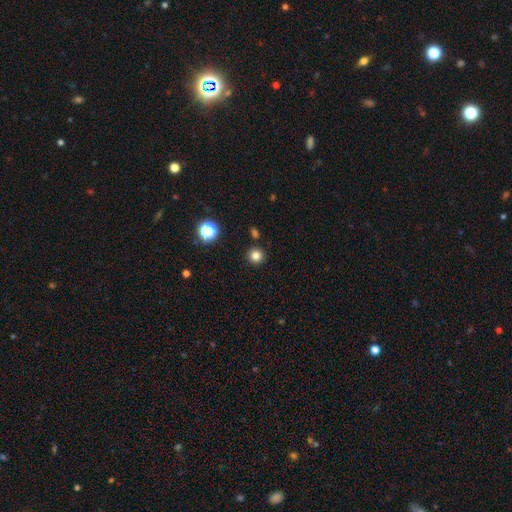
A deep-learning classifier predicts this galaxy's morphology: This appears to be a smooth galaxy with no disk features (81%) that is round (95%). Merging: none (90%).